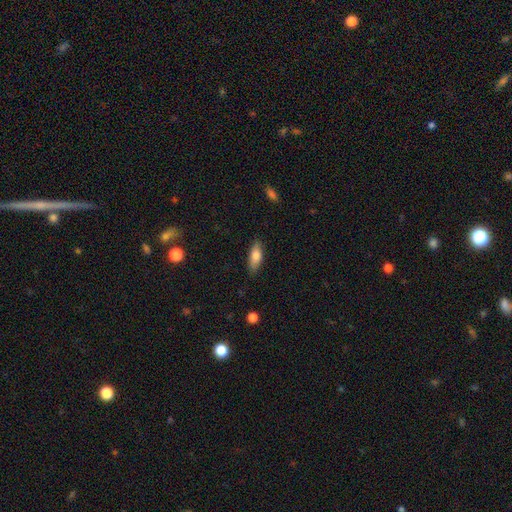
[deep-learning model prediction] A smooth galaxy with no disk features (76%) that is in between round and cigar-shaped (70%). Merging: none (84%).